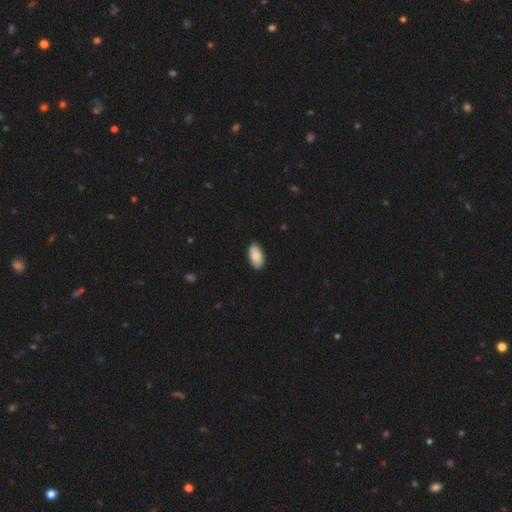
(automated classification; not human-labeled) Smooth or featured? smooth (86%)
How rounded? in between (95%)
Merging? none (88%)